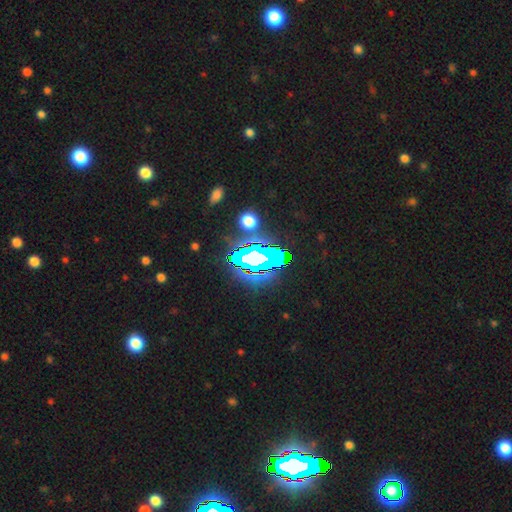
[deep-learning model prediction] This appears to be a star or artifact, not a galaxy (66%).